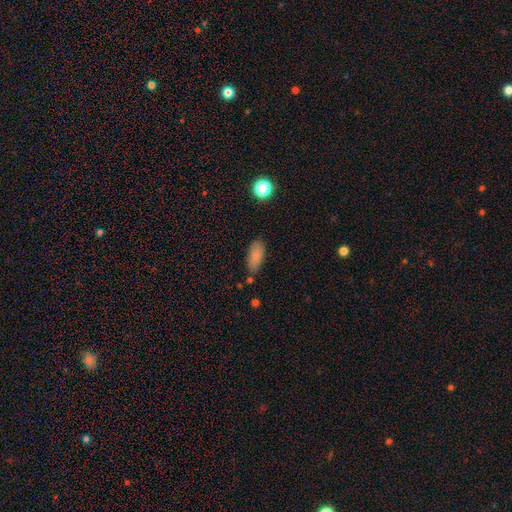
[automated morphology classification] Q: Smooth or featured?
A: smooth (84%); runner-up: star or artifact (9%)
Q: How rounded?
A: in between (84%); runner-up: cigar-shaped (13%)
Q: Merging?
A: none (76%); runner-up: minor disturbance (16%)